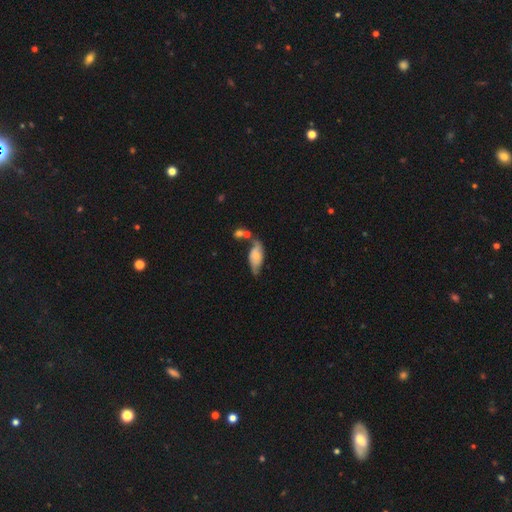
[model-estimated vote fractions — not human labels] Smooth or featured: smooth — 47% (featured or disk — 46%)
Merging: none — 42% (minor disturbance — 28%)